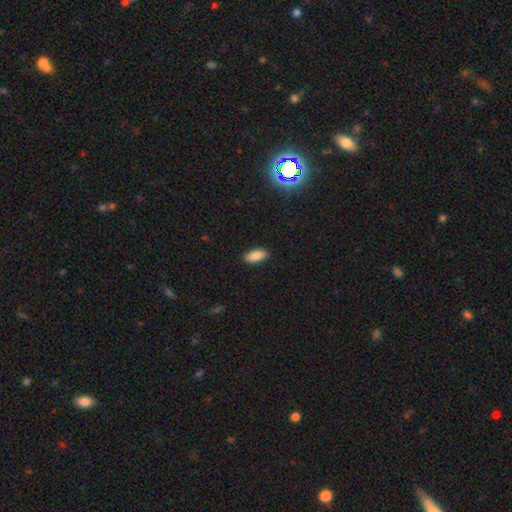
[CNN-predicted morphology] type=smooth (89%); roundness=in between (88%); merging=none (89%).